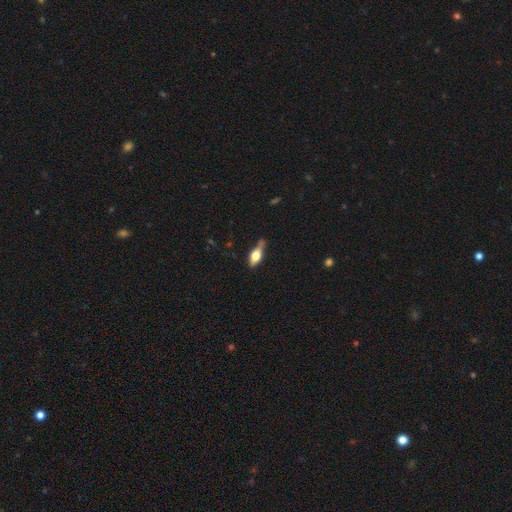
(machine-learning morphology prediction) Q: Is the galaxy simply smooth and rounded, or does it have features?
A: smooth — 59%.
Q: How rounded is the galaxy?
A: in between — 75%.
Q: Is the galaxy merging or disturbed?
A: none — 57%.